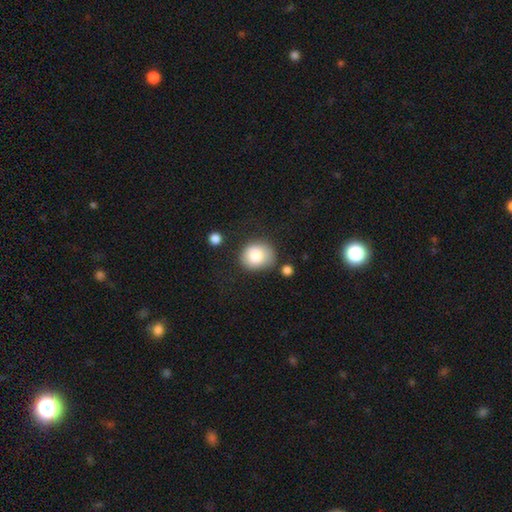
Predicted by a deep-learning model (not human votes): Morphology: type=smooth (82%); roundness=round (74%); merging=none (72%).